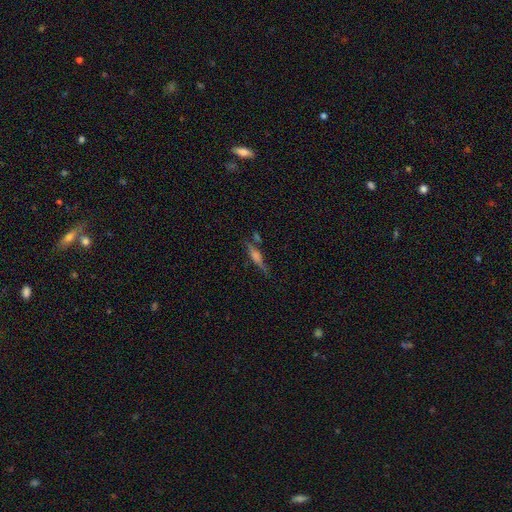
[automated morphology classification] Smooth or featured? featured or disk (69%)
Edge-on disk? yes (96%)
Edge-on bulge? rounded (74%)
Merging? none (77%)